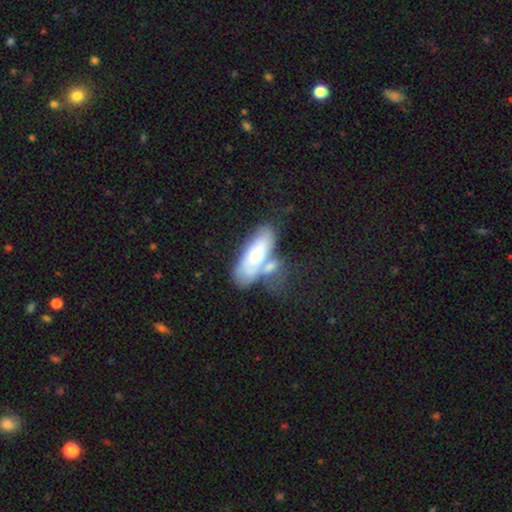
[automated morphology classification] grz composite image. It shows a smooth galaxy with no disk features (54%) that is in between round and cigar-shaped (74%). Merging: merger (43%).